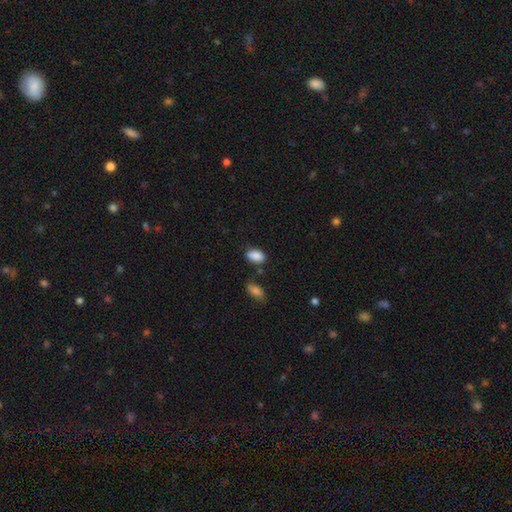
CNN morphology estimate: Smooth or featured? smooth (88%)
How rounded? in between (91%)
Merging? none (71%)